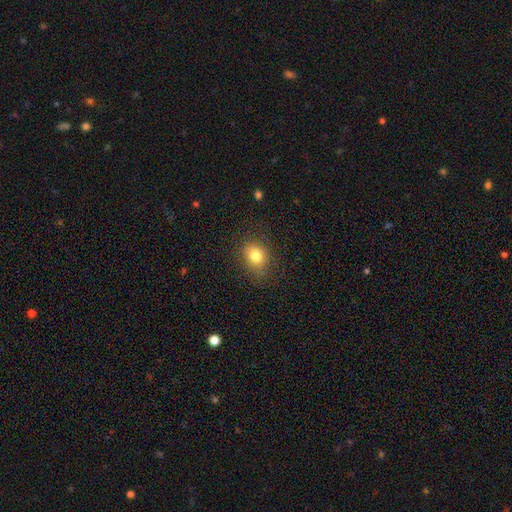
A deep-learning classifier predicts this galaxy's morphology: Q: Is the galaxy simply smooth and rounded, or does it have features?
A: smooth — 80%.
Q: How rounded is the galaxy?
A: round — 55%.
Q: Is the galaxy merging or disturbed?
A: none — 81%.